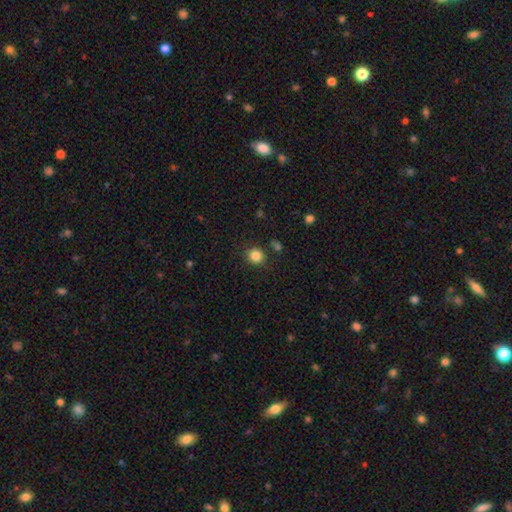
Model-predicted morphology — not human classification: This is clearly a smooth galaxy (84%). How rounded: clearly round (87%). Merging: clearly none (85%).